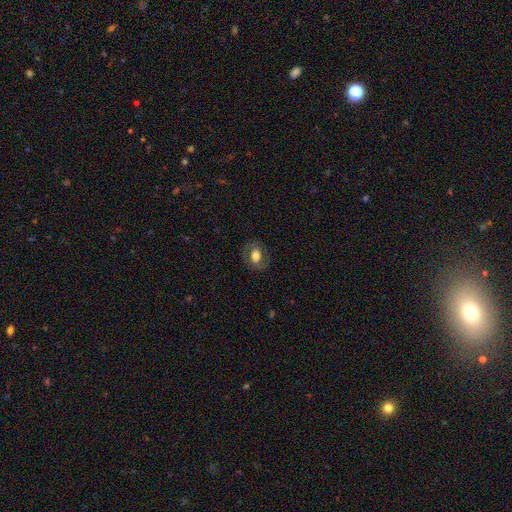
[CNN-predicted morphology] Smooth or featured? smooth (50%)
Merging? none (78%)